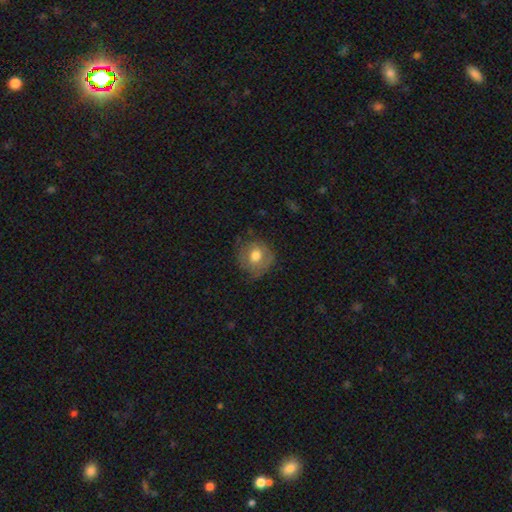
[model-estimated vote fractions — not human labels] smooth_or_featured: smooth (p=0.60) [alt: featured or disk p=0.32]
how_rounded: round (p=0.84) [alt: in between p=0.15]
merging: none (p=0.66) [alt: minor disturbance p=0.23]